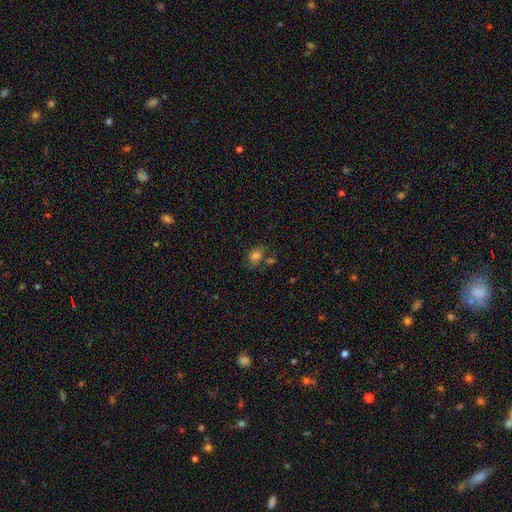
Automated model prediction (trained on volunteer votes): Smooth or featured: smooth — 73% (star or artifact — 16%)
How rounded: in between — 63% (round — 36%)
Merging: none — 48% (merger — 21%)